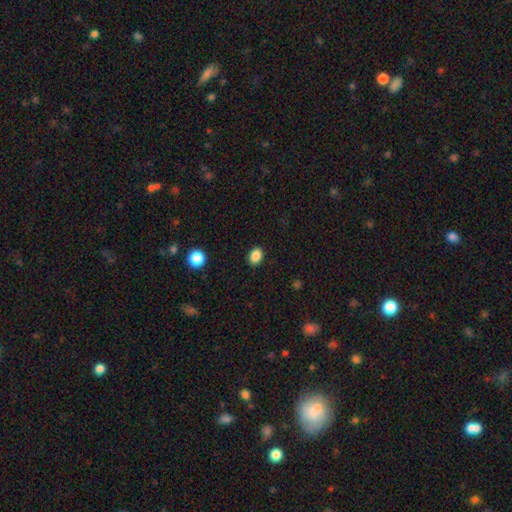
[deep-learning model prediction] Q: Smooth or featured?
A: smooth (87%); runner-up: star or artifact (10%)
Q: How rounded?
A: in between (64%); runner-up: round (35%)
Q: Merging?
A: none (89%); runner-up: minor disturbance (8%)